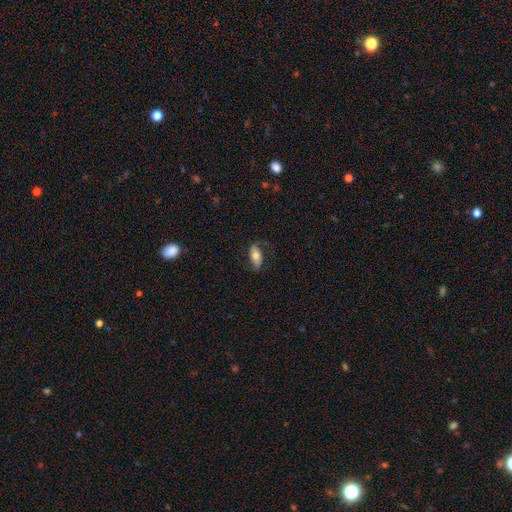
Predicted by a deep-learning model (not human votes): Smooth or featured? Predicted: smooth (p=0.59). How rounded? Predicted: in between (p=0.81). Merging? Predicted: none (p=0.73).